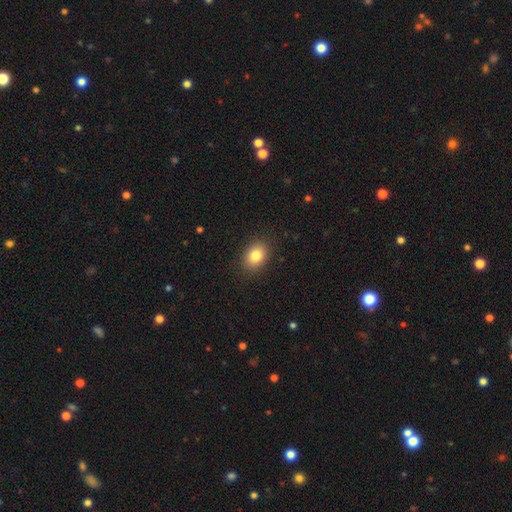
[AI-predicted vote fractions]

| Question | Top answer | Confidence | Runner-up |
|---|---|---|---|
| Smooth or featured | smooth | 83% | star or artifact (9%) |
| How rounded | in between | 68% | round (31%) |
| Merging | none | 88% | minor disturbance (8%) |